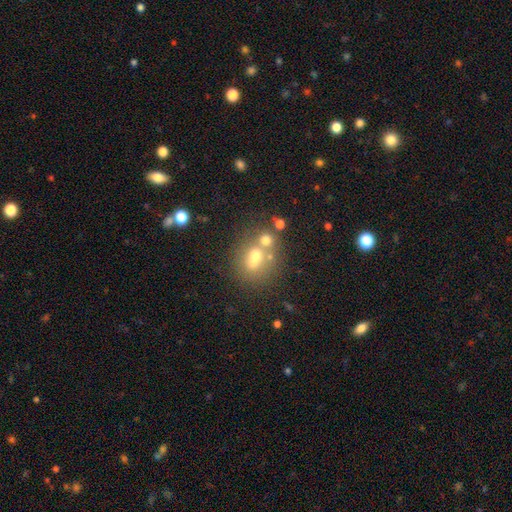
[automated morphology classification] Smooth or featured?
  - smooth: 57% *
  - featured or disk: 26%
  - star or artifact: 17%
How rounded?
  - round: 55% *
  - in between: 41%
  - cigar-shaped: 4%
Merging?
  - none: 43% *
  - merger: 38%
  - minor disturbance: 12%
  - major disturbance: 8%